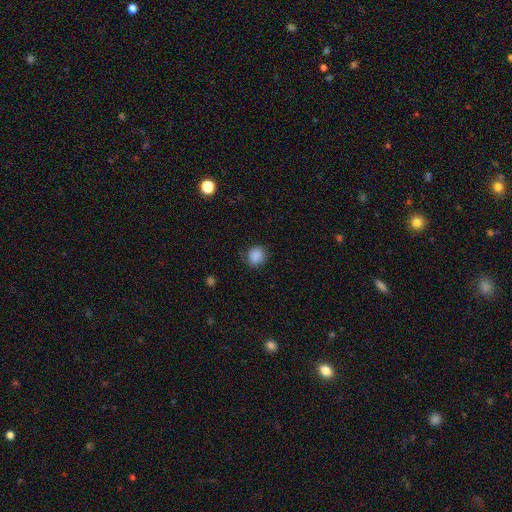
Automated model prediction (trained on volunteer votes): A smooth galaxy with no disk features (88%) that is round (81%). Merging: none (79%).